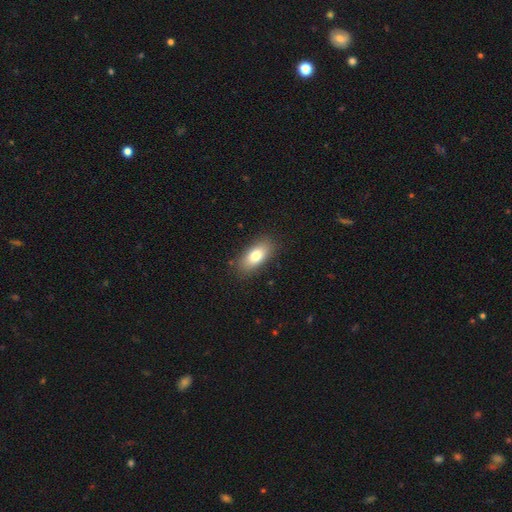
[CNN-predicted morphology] The model was most divided on "smooth or featured": smooth: 78%, featured or disk: 14%, star or artifact: 7%. More confident: how rounded — in between (86%); merging — none (85%).